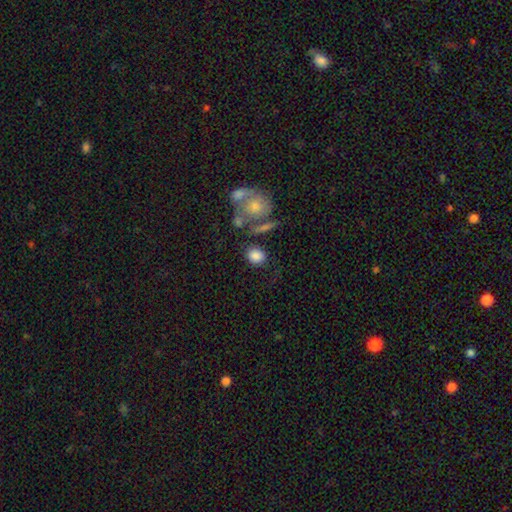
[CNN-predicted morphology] Smooth or featured: smooth — 84% (featured or disk — 9%)
How rounded: round — 51% (in between — 47%)
Merging: none — 65% (minor disturbance — 15%)